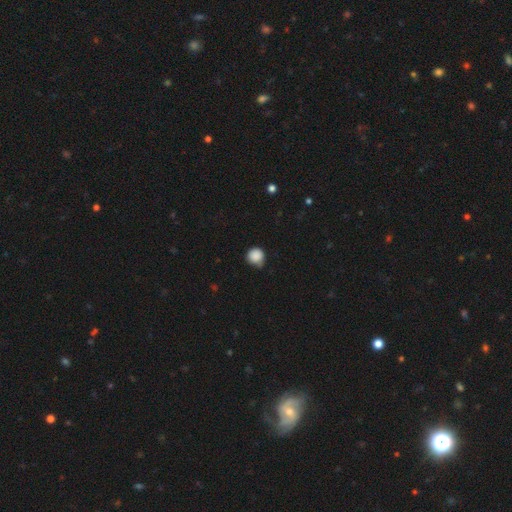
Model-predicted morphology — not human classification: smooth 87%, star or artifact 9%, featured or disk 3%. Down the decision tree: how rounded — round (93%); merging — none (71%).